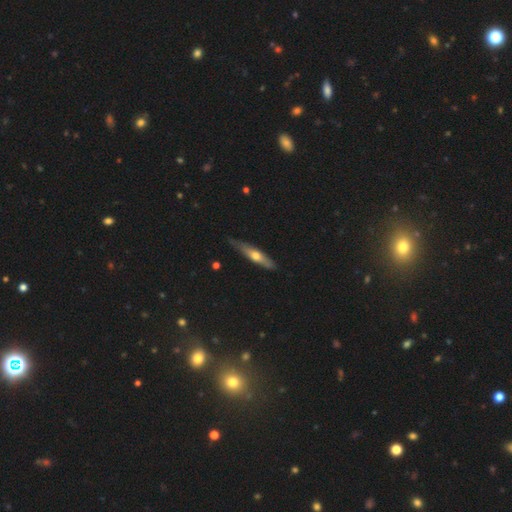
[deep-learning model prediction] A featured or disk galaxy (53%) viewed edge-on (88%).

Vote fractions:
- Smooth or featured? featured or disk: 53% / smooth: 42% / star or artifact: 5%
- Edge-on disk? yes: 88% / no: 12%
- Merging? none: 73% / minor disturbance: 22% / major disturbance: 3% / merger: 2%